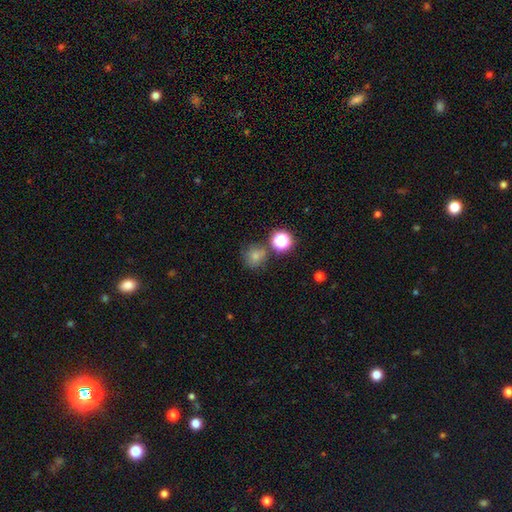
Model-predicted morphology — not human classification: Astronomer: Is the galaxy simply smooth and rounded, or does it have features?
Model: smooth — 70%.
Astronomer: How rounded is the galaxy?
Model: round — 86%.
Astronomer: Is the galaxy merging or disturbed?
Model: none — 66%.